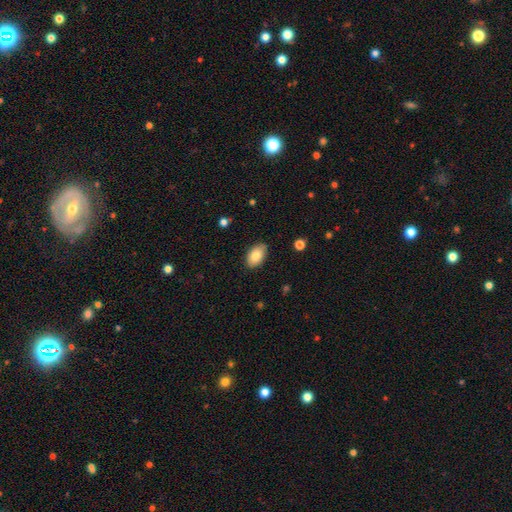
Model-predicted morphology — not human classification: This is likely a smooth galaxy (80%). How rounded: clearly in between (93%). Merging: clearly none (84%).